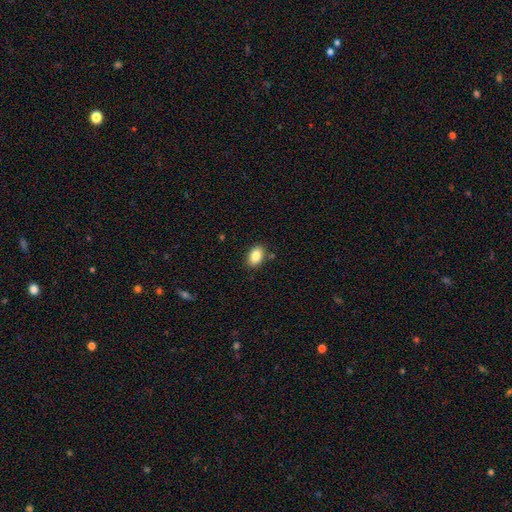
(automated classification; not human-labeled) Smooth or featured? Predicted: smooth (p=0.86). How rounded? Predicted: in between (p=0.87). Merging? Predicted: none (p=0.84).